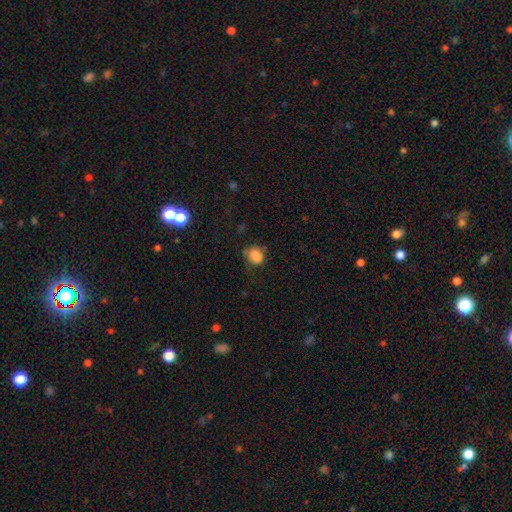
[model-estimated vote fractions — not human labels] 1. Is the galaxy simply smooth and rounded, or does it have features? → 84% smooth, 10% star or artifact, 6% featured or disk.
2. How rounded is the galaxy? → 59% in between, 40% round, 1% cigar-shaped.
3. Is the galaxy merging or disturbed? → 55% none, 31% minor disturbance, 11% major disturbance, 3% merger.